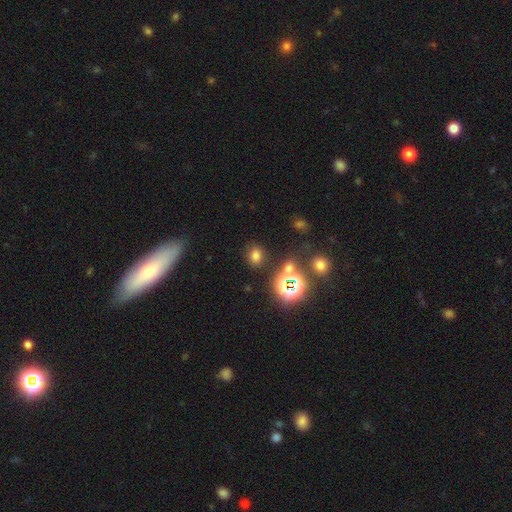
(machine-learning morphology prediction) This is likely a smooth galaxy (67%). How rounded: likely round (61%). Merging: clearly none (82%).